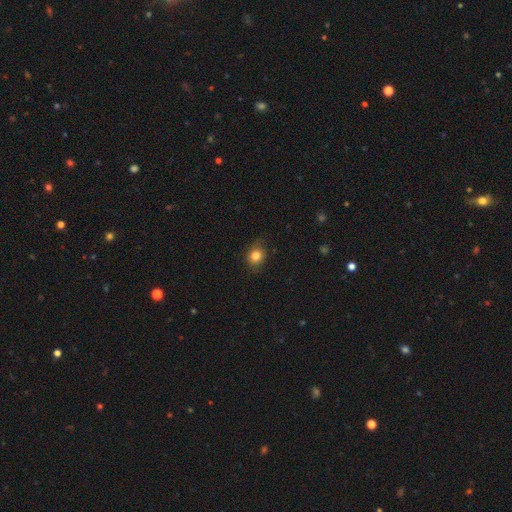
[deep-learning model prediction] smooth 81%, star or artifact 11%, featured or disk 7%. Down the decision tree: how rounded — round (63%); merging — none (79%).